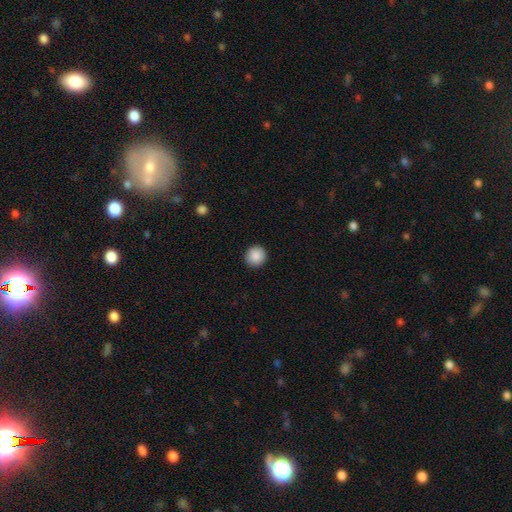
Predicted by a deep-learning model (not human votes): This appears to be a smooth galaxy with no disk features (89%) that is round (94%). Merging: none (93%).